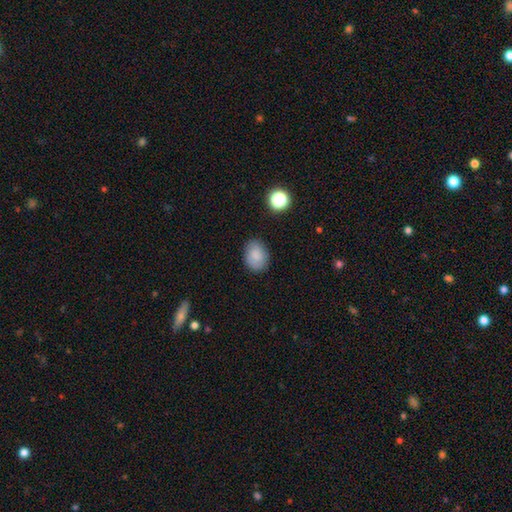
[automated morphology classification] This appears to be a smooth galaxy with no disk features (85%) that is in between round and cigar-shaped (64%). Merging: none (83%).